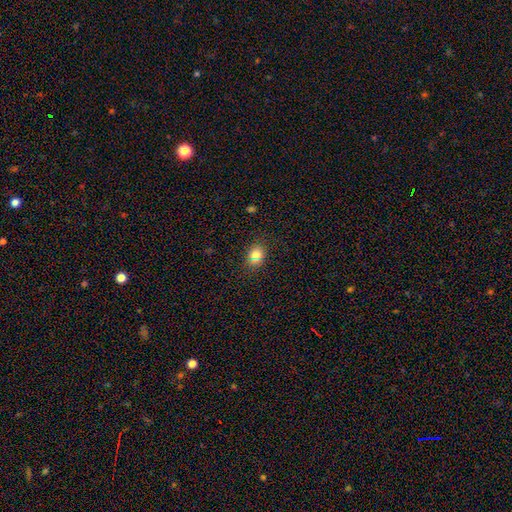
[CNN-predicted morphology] Smooth or featured: smooth — 81% (star or artifact — 11%)
How rounded: in between — 56% (round — 42%)
Merging: none — 84% (minor disturbance — 12%)